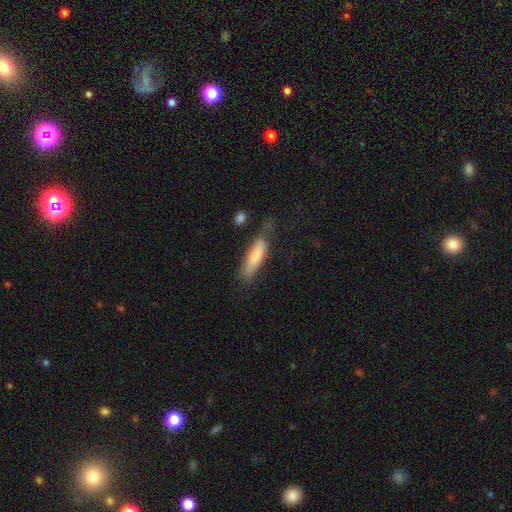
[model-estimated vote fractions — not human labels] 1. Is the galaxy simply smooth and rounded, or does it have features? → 76% smooth, 18% featured or disk, 6% star or artifact.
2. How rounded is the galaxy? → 62% cigar-shaped, 36% in between, 2% round.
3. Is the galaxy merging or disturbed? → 54% none, 28% minor disturbance, 13% major disturbance, 5% merger.